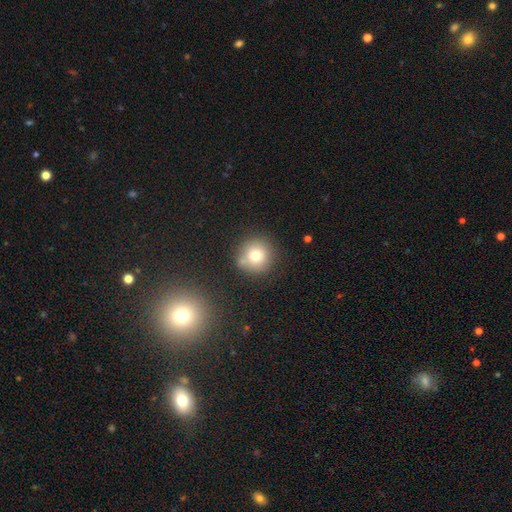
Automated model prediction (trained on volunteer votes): smooth 74%, star or artifact 14%, featured or disk 13%. Down the decision tree: how rounded — round (93%); merging — none (75%).